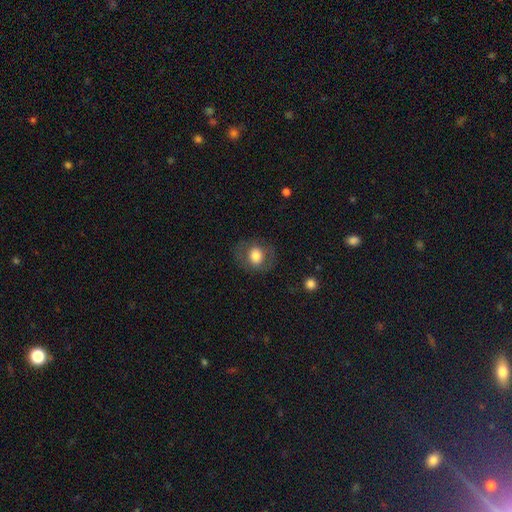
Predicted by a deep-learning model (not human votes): Smooth or featured: smooth — 70% (featured or disk — 22%)
How rounded: round — 65% (in between — 34%)
Merging: none — 78% (minor disturbance — 13%)